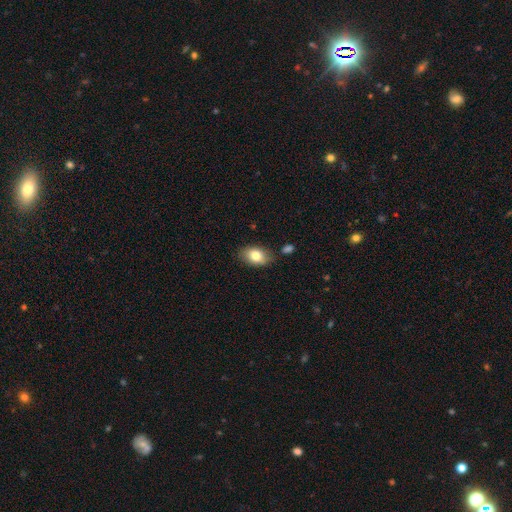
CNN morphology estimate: Smooth or featured?
  - smooth: 79% *
  - featured or disk: 13%
  - star or artifact: 7%
How rounded?
  - in between: 88% *
  - round: 11%
  - cigar-shaped: 1%
Merging?
  - none: 78% *
  - minor disturbance: 14%
  - merger: 4%
  - major disturbance: 3%